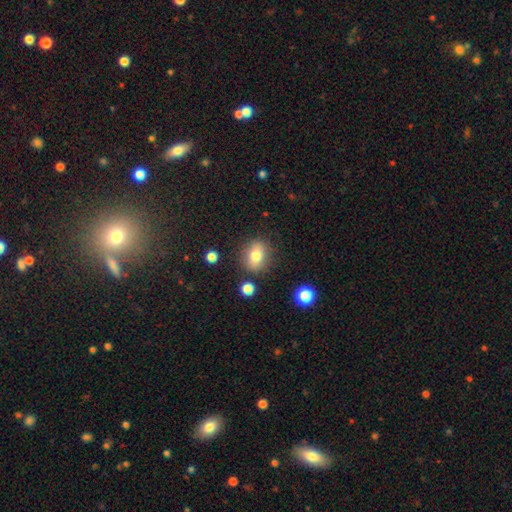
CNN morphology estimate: smooth_or_featured: smooth (p=0.75) [alt: featured or disk p=0.15]
how_rounded: in between (p=0.51) [alt: round p=0.46]
merging: none (p=0.81) [alt: minor disturbance p=0.12]